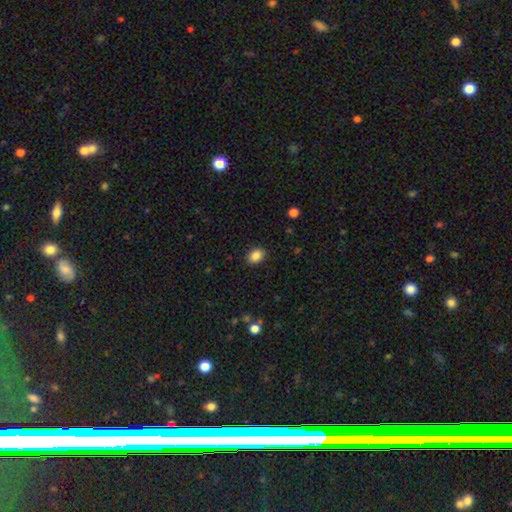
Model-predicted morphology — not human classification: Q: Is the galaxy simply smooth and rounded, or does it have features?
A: smooth — 86%.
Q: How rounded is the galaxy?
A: in between — 66%.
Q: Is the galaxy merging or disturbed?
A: none — 89%.